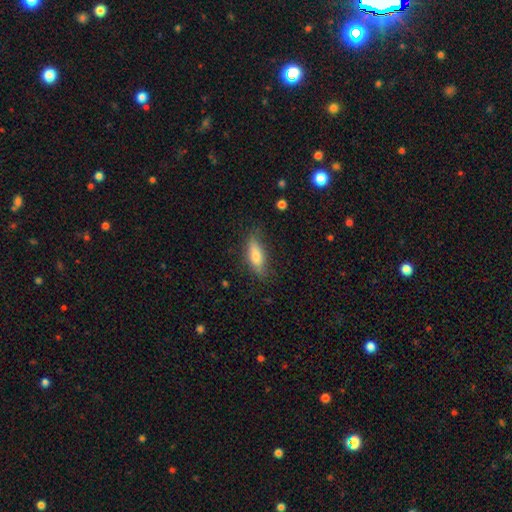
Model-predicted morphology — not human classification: A smooth galaxy with no disk features (69%) that is in between round and cigar-shaped (54%).

Vote fractions:
- Smooth or featured? smooth: 69% / featured or disk: 23% / star or artifact: 7%
- How rounded? in between: 54% / cigar-shaped: 43% / round: 3%
- Merging? none: 72% / minor disturbance: 21% / major disturbance: 5% / merger: 2%